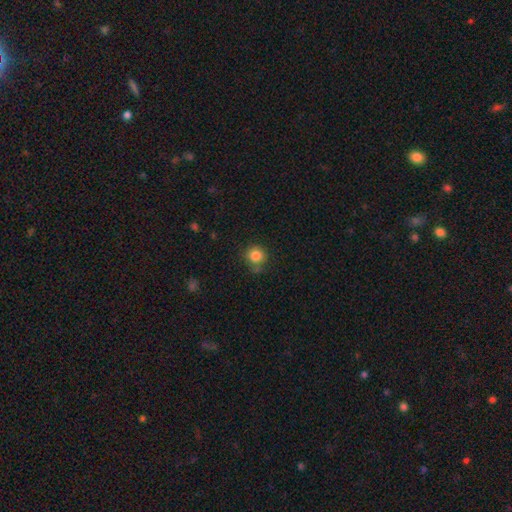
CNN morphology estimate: smooth-or-featured: smooth: 83% | star or artifact: 11% | featured or disk: 6%
  how-rounded: round: 92% | in between: 7% | cigar-shaped: 1%
  merging: none: 76% | minor disturbance: 16% | merger: 4% | major disturbance: 4%